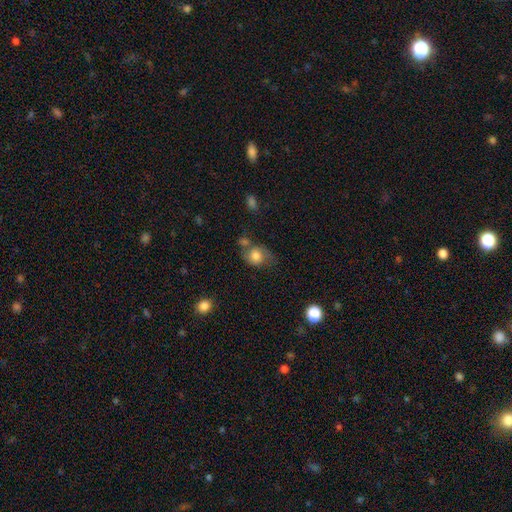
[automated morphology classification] This appears to be a smooth galaxy with no disk features (74%) that is round (58%). Merging: none (44%).